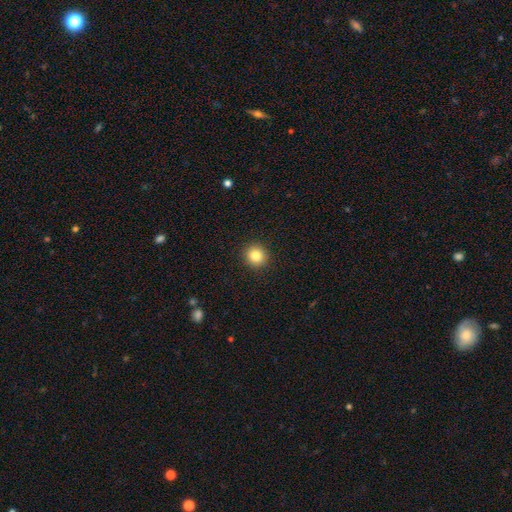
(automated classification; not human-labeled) smooth_or_featured: smooth (p=0.83) [alt: star or artifact p=0.11]
how_rounded: round (p=0.92) [alt: in between p=0.07]
merging: none (p=0.92) [alt: minor disturbance p=0.05]